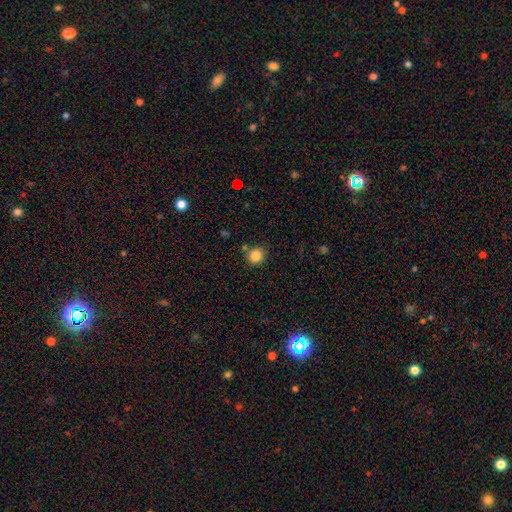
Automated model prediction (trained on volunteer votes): This is clearly a smooth galaxy (85%). How rounded: clearly round (90%). Merging: likely none (79%).